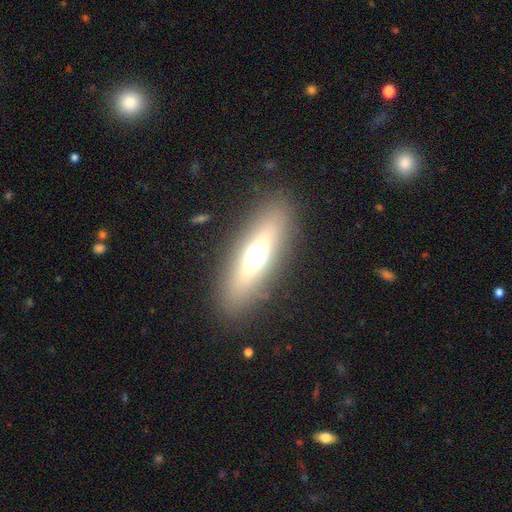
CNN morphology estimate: The model was most divided on "smooth or featured": featured or disk: 44%, smooth: 43%, star or artifact: 12%. More confident: merging — none (86%).